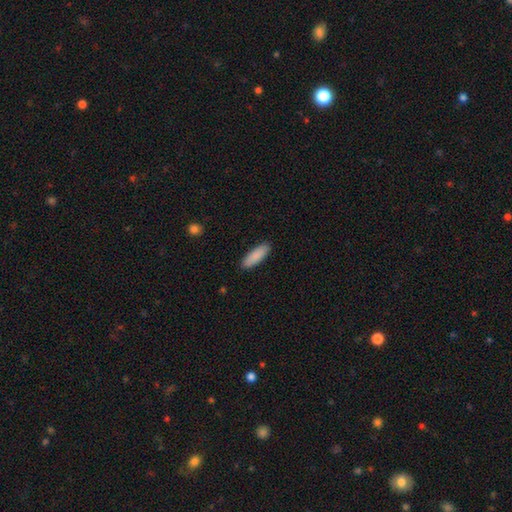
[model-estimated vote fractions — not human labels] Smooth or featured? Predicted: smooth (p=0.89). How rounded? Predicted: in between (p=0.54). Merging? Predicted: none (p=0.89).